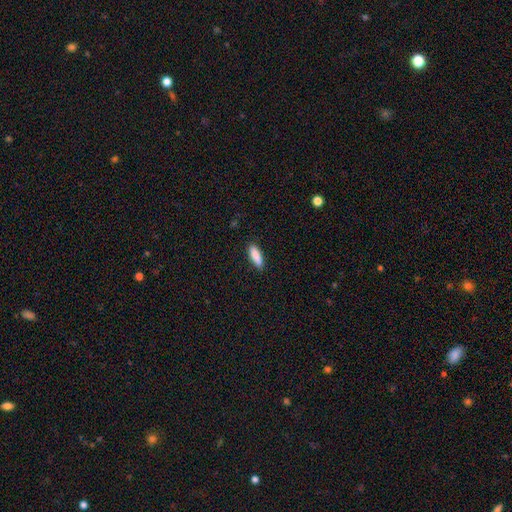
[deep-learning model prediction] smooth_or_featured: smooth (p=0.87) [alt: featured or disk p=0.07]
how_rounded: cigar-shaped (p=0.50) [alt: in between p=0.48]
merging: none (p=0.87) [alt: minor disturbance p=0.10]